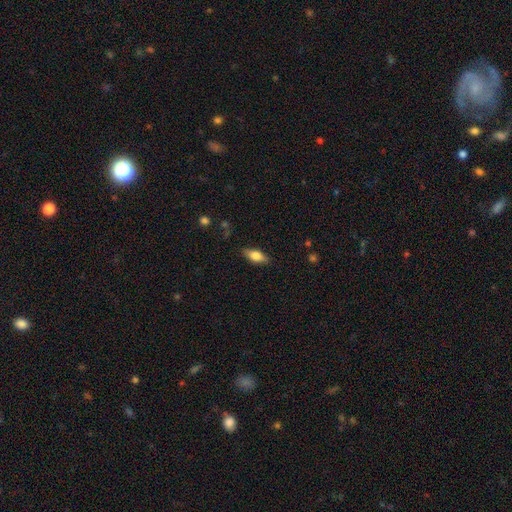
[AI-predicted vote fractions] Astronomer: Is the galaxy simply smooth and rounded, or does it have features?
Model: smooth — 75%.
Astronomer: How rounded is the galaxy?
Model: in between — 79%.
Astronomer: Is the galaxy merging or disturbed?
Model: none — 84%.